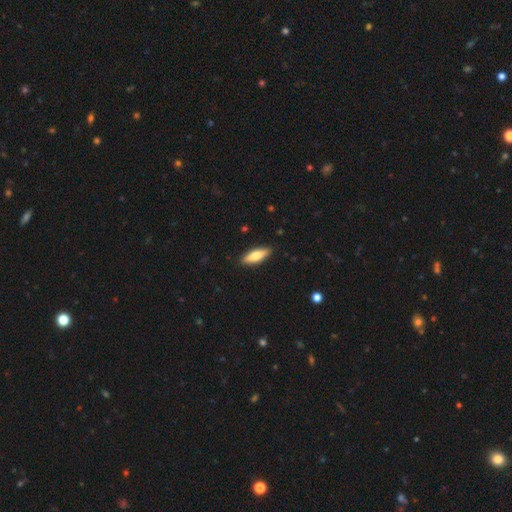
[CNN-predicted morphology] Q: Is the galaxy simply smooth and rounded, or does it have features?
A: smooth — 68%.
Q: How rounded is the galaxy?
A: cigar-shaped — 53%.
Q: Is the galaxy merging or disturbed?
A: none — 88%.